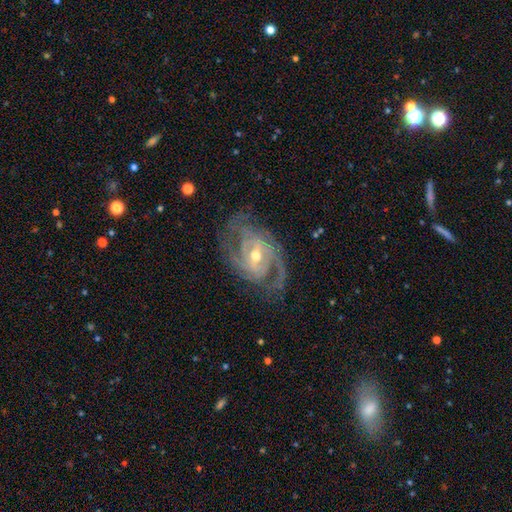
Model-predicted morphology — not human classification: smooth-or-featured: featured or disk: 90% | star or artifact: 5% | smooth: 4%
  disk-edge-on: no: 96% | yes: 4%
    bar: weak: 45% | strong: 28% | no: 27%
    has-spiral-arms: yes: 97% | no: 3%
      spiral-winding: tight: 51% | medium: 40% | loose: 10%
      spiral-arm-count: 2: 38% | 3: 28% | can't tell: 16% | 4: 8% | 1: 5% | more than 4: 5%
    bulge-size: moderate: 59% | small: 36% | large: 3% | none: 1% | dominant: 1%
  merging: none: 70% | minor disturbance: 18% | major disturbance: 11% | merger: 1%